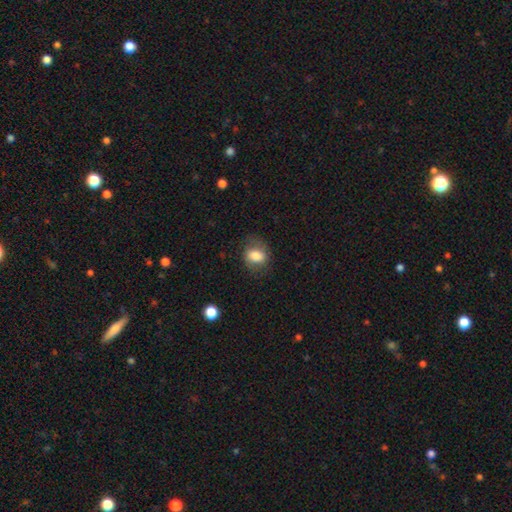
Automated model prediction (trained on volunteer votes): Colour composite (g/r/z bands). It shows a smooth galaxy with no disk features (75%) that is in between round and cigar-shaped (60%). Merging: none (70%).